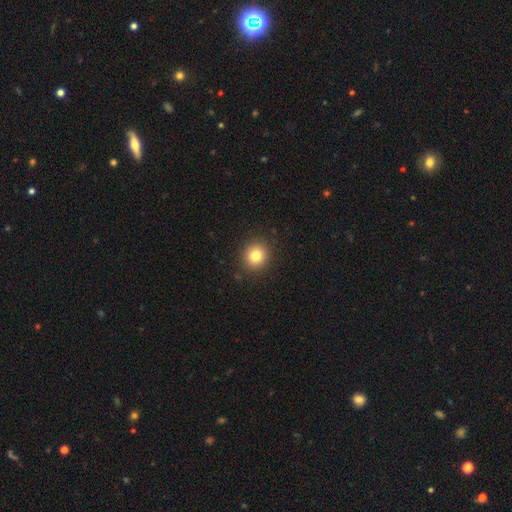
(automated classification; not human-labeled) Smooth or featured?
  - smooth: 80% *
  - star or artifact: 12%
  - featured or disk: 8%
How rounded?
  - round: 89% *
  - in between: 10%
  - cigar-shaped: 1%
Merging?
  - none: 90% *
  - minor disturbance: 6%
  - major disturbance: 2%
  - merger: 1%